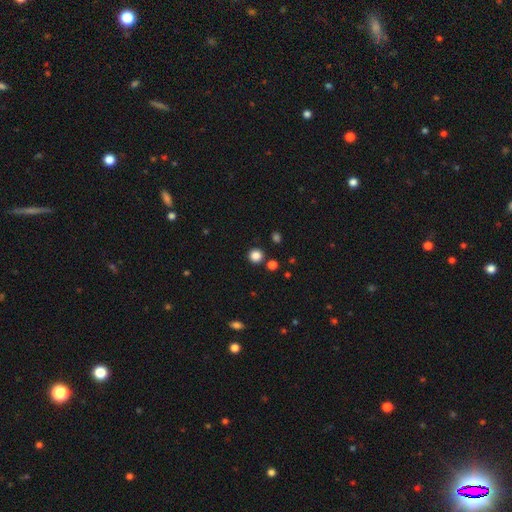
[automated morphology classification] smooth_or_featured: smooth (p=0.84) [alt: star or artifact p=0.12]
how_rounded: round (p=0.94) [alt: in between p=0.05]
merging: none (p=0.88) [alt: minor disturbance p=0.06]